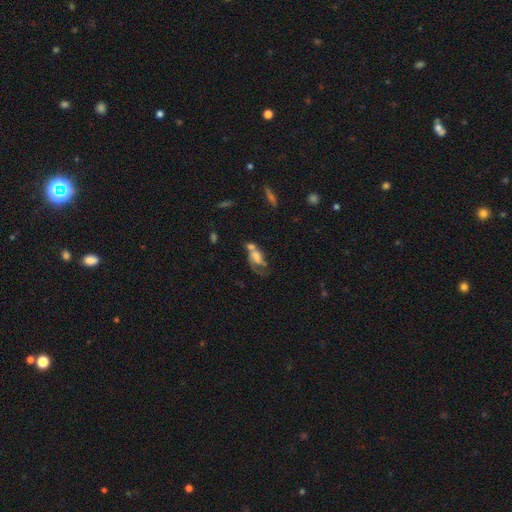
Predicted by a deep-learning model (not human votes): smooth_or_featured: featured or disk (p=0.53) [alt: smooth p=0.37]
disk_edge_on: no (p=0.93) [alt: yes p=0.07]
merging: merger (p=0.38) [alt: major disturbance p=0.29]